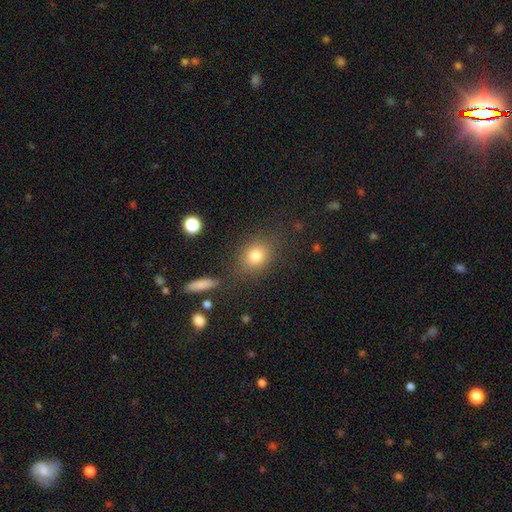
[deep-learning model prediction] This appears to be a smooth galaxy with no disk features (79%) that is round (54%). Merging: none (79%).